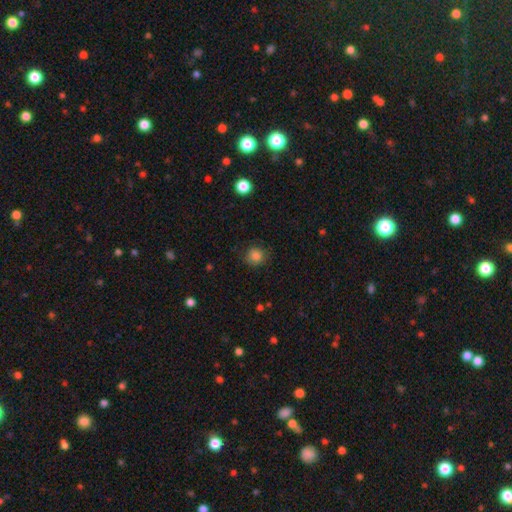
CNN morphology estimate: Overall: smooth (84%). How rounded: round (87%). Merging: none (82%).